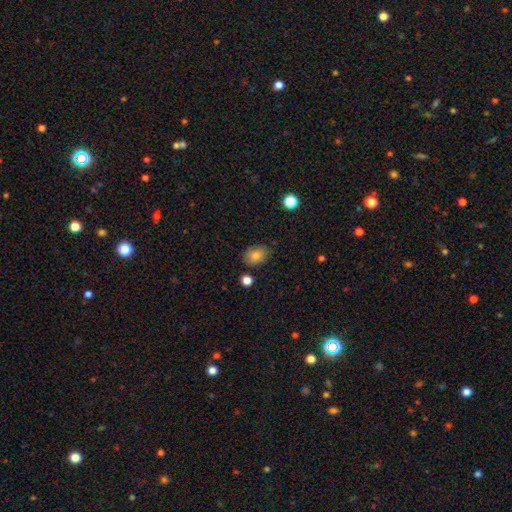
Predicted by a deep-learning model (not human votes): A smooth galaxy with no disk features (81%) that is in between round and cigar-shaped (71%). Merging: none (76%).